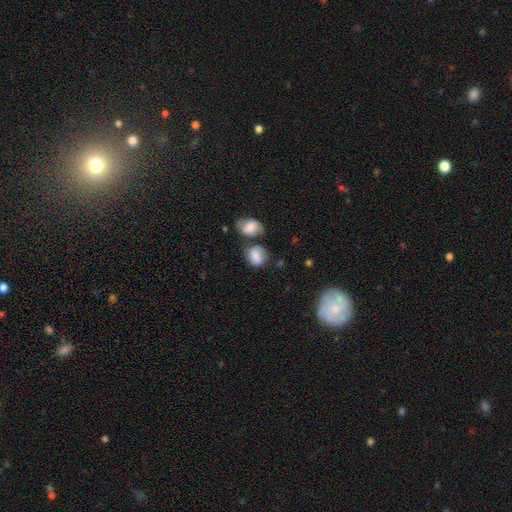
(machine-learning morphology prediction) The model was most divided on "how rounded": in between: 54%, round: 44%, cigar-shaped: 2%. Remaining: smooth or featured — smooth (77%); merging — none (49%).